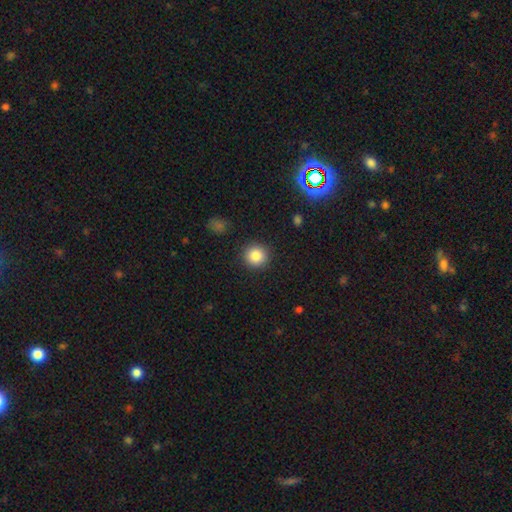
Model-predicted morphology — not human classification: Overall: smooth (86%). How rounded: round (93%). Merging: none (91%).